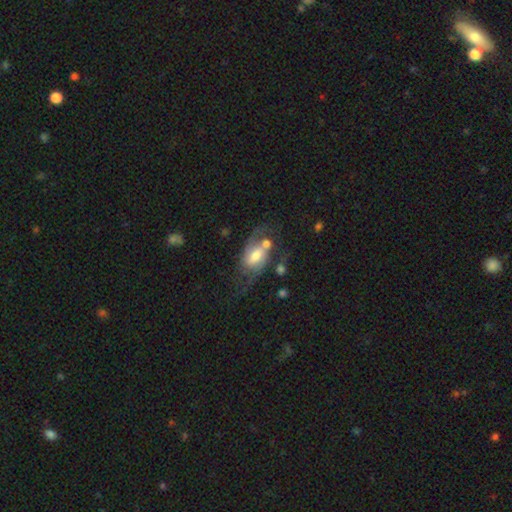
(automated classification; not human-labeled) featured or disk 69%, smooth 24%, star or artifact 7%. Down the decision tree: edge-on disk — no (95%); bar — weak (46%); spiral arms — yes (87%); spiral arm count — 2 (80%); spiral winding — loose (48%); bulge size — moderate (54%); merging — none (41%).